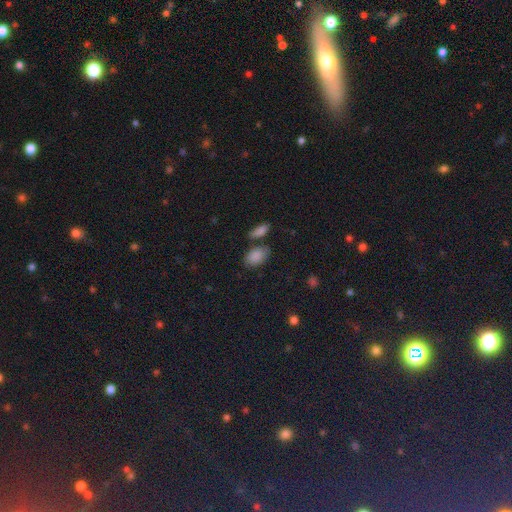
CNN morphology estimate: smooth 82%, star or artifact 11%, featured or disk 7%. Down the decision tree: how rounded — in between (88%); merging — none (62%).